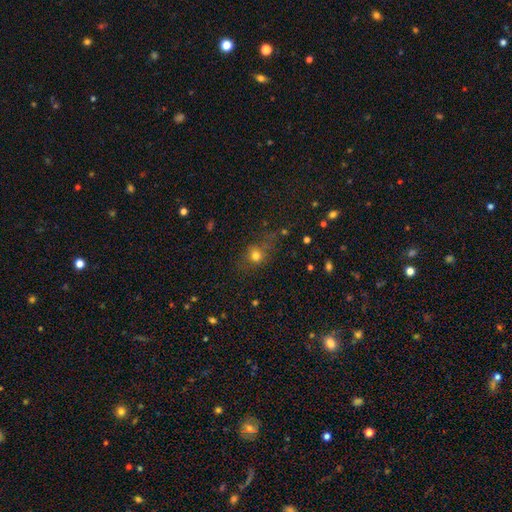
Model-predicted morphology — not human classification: The model was most divided on "merging": none: 67%, minor disturbance: 17%, major disturbance: 11%, merger: 4%. More confident: how rounded — round (79%); smooth or featured — smooth (71%).